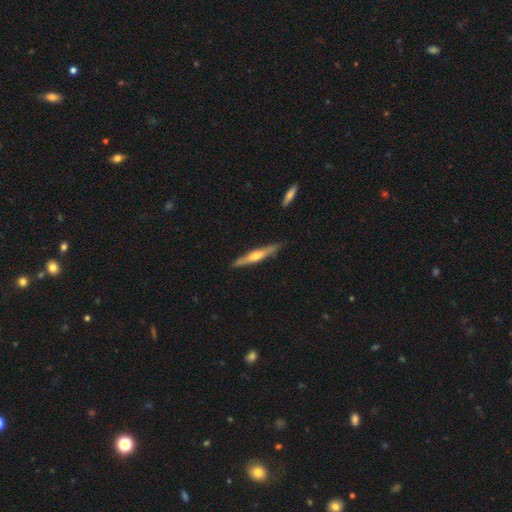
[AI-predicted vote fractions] smooth-or-featured: featured or disk: 62% | smooth: 32% | star or artifact: 5%
  disk-edge-on: yes: 95% | no: 5%
    edge-on-bulge: rounded: 85% | none: 9% | boxy: 6%
  merging: none: 85% | minor disturbance: 11% | major disturbance: 2% | merger: 1%